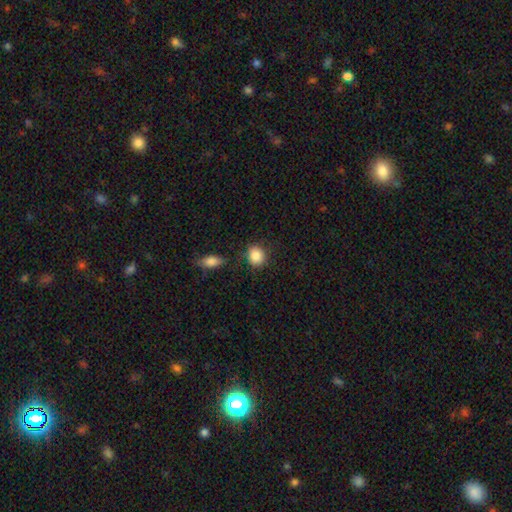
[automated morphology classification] smooth-or-featured: smooth: 87% | star or artifact: 8% | featured or disk: 5%
  how-rounded: round: 73% | in between: 26% | cigar-shaped: 1%
  merging: none: 78% | minor disturbance: 12% | merger: 6% | major disturbance: 4%